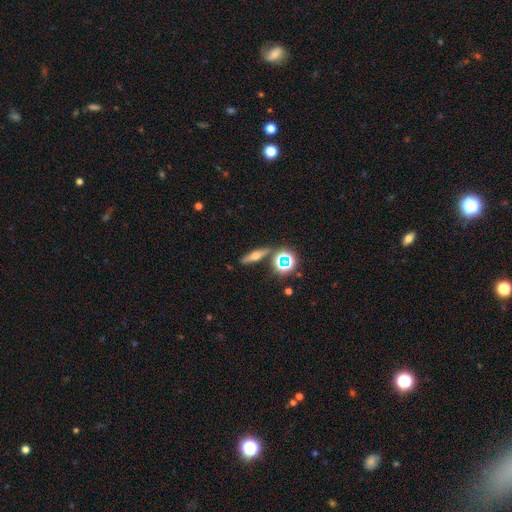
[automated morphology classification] Smooth or featured: featured or disk — 52% (smooth — 33%)
Edge-on disk: yes — 88% (no — 12%)
Merging: none — 83% (minor disturbance — 8%)